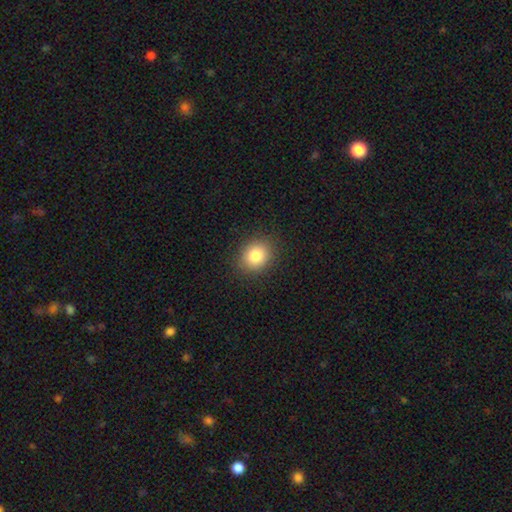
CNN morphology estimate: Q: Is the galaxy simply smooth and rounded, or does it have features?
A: smooth — 83%.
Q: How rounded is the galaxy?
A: round — 66%.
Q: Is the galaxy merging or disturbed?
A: none — 88%.